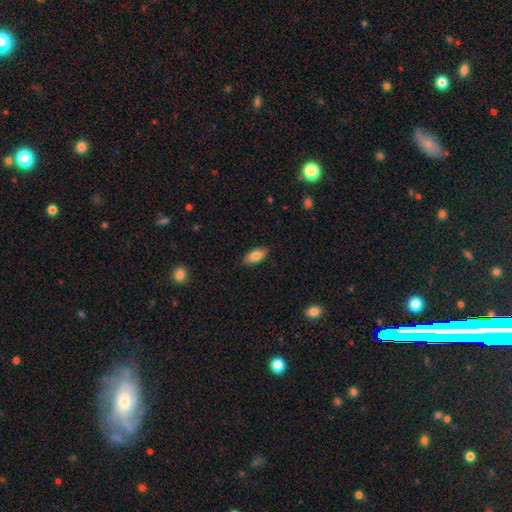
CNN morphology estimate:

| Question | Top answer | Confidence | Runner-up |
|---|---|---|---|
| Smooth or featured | smooth | 80% | featured or disk (13%) |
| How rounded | in between | 85% | cigar-shaped (13%) |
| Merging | none | 83% | minor disturbance (14%) |